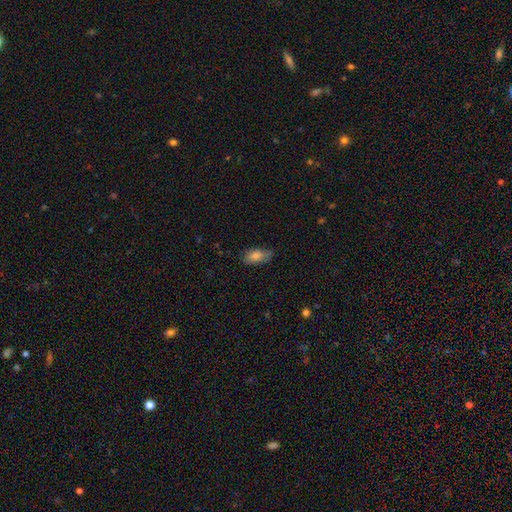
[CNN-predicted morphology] smooth 77%, featured or disk 14%, star or artifact 8%. Down the decision tree: how rounded — in between (87%); merging — none (66%).